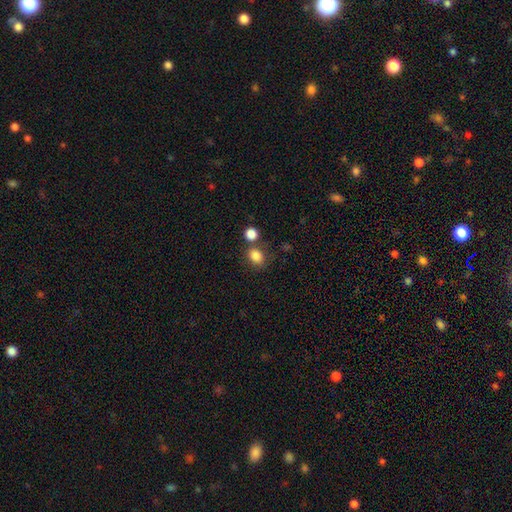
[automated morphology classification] smooth-or-featured: smooth: 84% | star or artifact: 11% | featured or disk: 5%
  how-rounded: in between: 50% | round: 49% | cigar-shaped: 1%
  merging: none: 62% | merger: 20% | minor disturbance: 13% | major disturbance: 5%